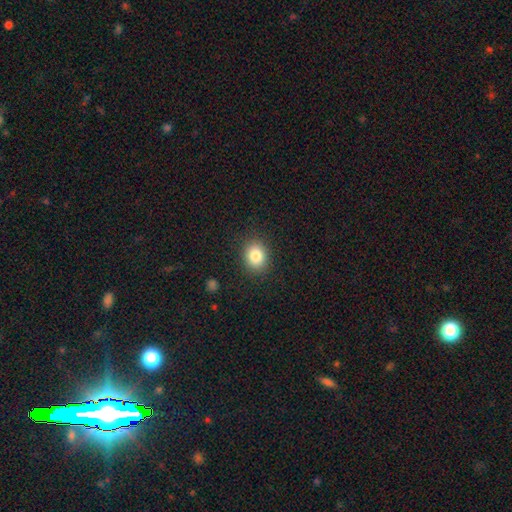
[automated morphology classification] A smooth galaxy with no disk features (84%) that is round (57%).

Vote fractions:
- Smooth or featured? smooth: 84% / star or artifact: 10% / featured or disk: 6%
- How rounded? round: 57% / in between: 42% / cigar-shaped: 1%
- Merging? none: 88% / minor disturbance: 8% / major disturbance: 3% / merger: 1%